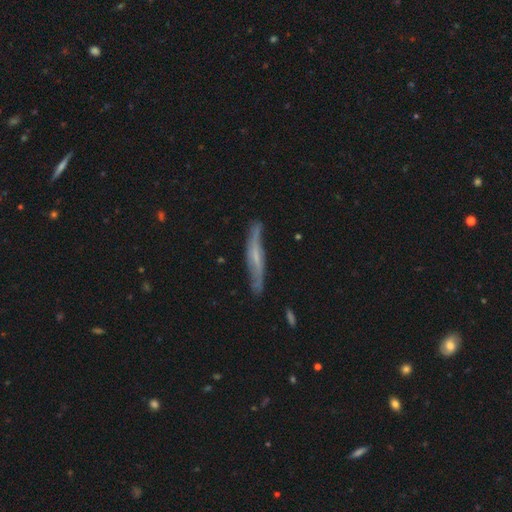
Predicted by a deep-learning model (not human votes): Smooth or featured: featured or disk — 62% (smooth — 31%)
Edge-on disk: yes — 68% (no — 32%)
Merging: none — 74% (minor disturbance — 20%)